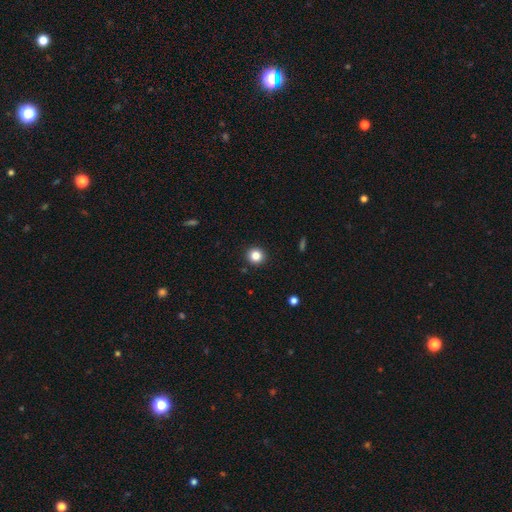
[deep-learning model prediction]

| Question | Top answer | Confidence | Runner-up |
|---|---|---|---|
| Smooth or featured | smooth | 84% | star or artifact (12%) |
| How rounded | round | 94% | in between (5%) |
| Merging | none | 93% | minor disturbance (5%) |